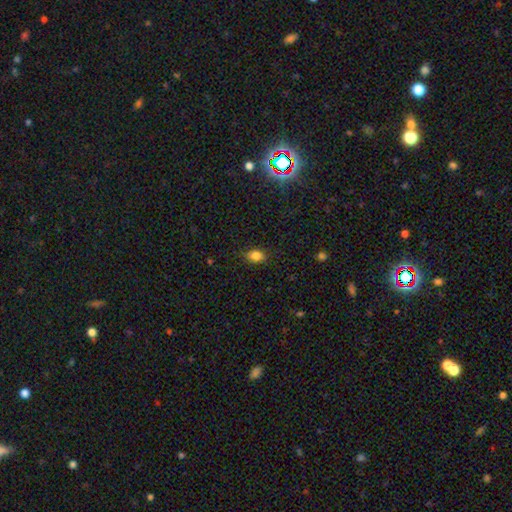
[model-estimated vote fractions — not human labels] smooth_or_featured: smooth (p=0.84) [alt: star or artifact p=0.11]
how_rounded: in between (p=0.74) [alt: round p=0.24]
merging: none (p=0.85) [alt: minor disturbance p=0.11]